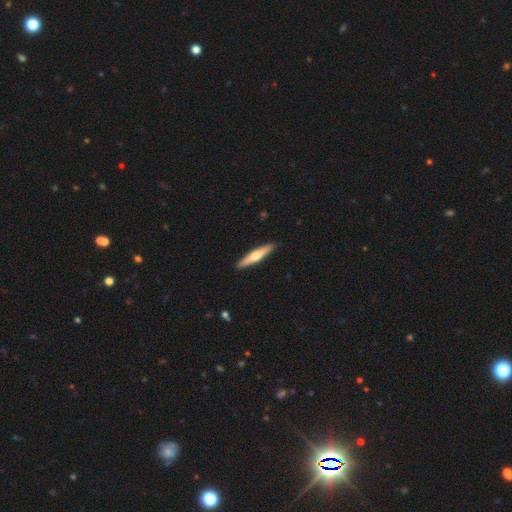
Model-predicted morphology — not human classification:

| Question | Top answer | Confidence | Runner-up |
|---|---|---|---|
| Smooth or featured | smooth | 48% | featured or disk (47%) |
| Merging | none | 92% | minor disturbance (6%) |